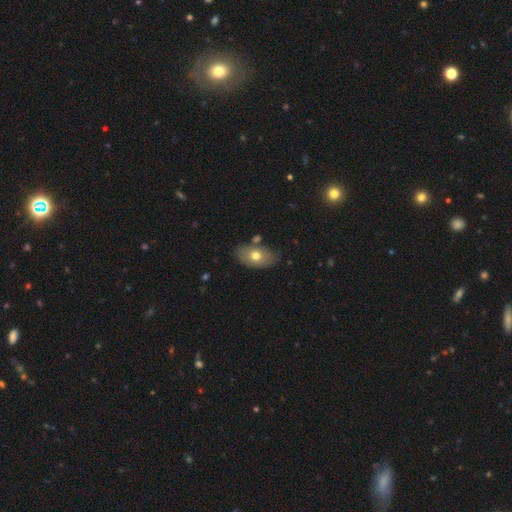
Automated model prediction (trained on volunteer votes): This is likely a smooth galaxy (68%). How rounded: clearly in between (90%). Merging: likely none (76%).